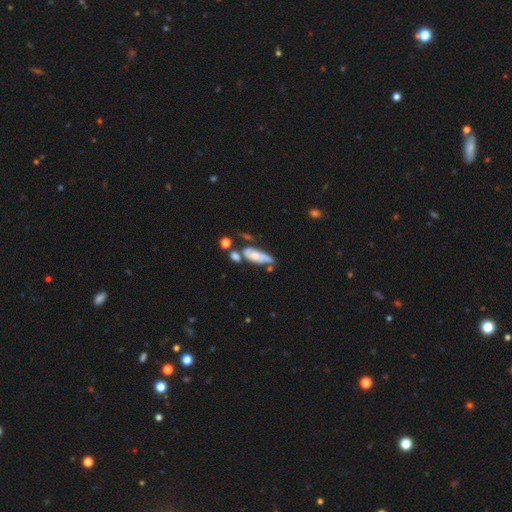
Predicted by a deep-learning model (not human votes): smooth-or-featured: featured or disk: 53% | smooth: 39% | star or artifact: 8%
  disk-edge-on: no: 79% | yes: 21%
  merging: none: 32% | merger: 28% | minor disturbance: 23% | major disturbance: 17%